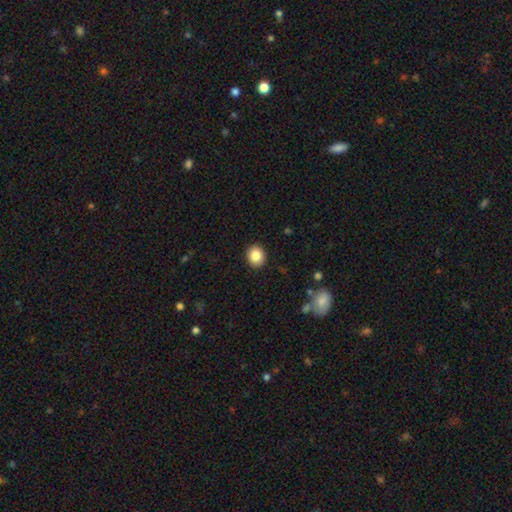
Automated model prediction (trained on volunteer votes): Smooth or featured? Predicted: smooth (p=0.86). How rounded? Predicted: round (p=0.71). Merging? Predicted: none (p=0.91).